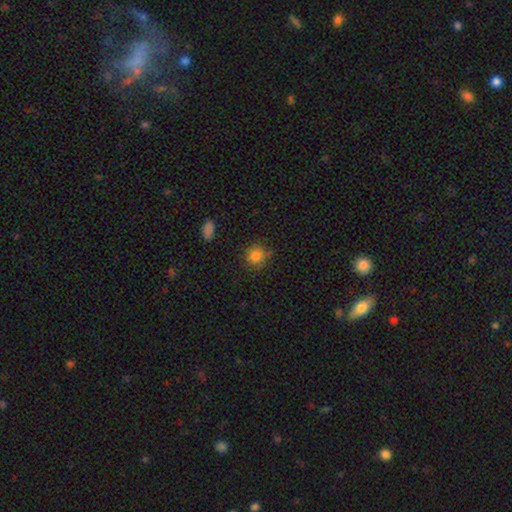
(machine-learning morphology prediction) A smooth galaxy with no disk features (83%) that is round (88%). Merging: none (81%).